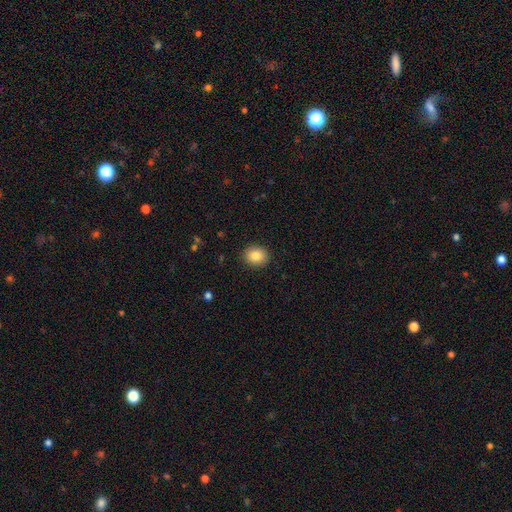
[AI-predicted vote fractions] This is clearly a smooth galaxy (85%). How rounded: likely round (67%). Merging: clearly none (90%).